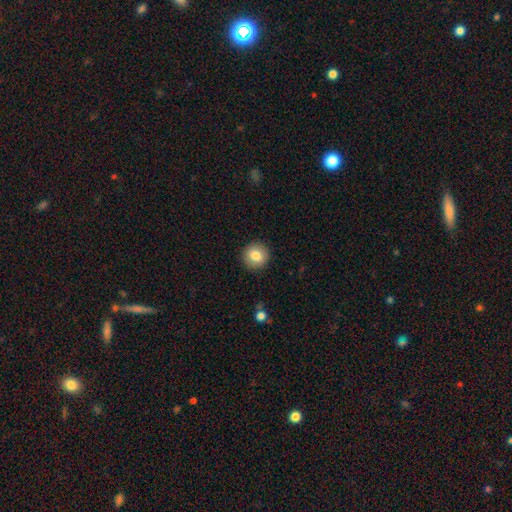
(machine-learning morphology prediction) Smooth or featured: smooth — 82% (featured or disk — 9%)
How rounded: round — 94% (in between — 5%)
Merging: none — 92% (minor disturbance — 5%)